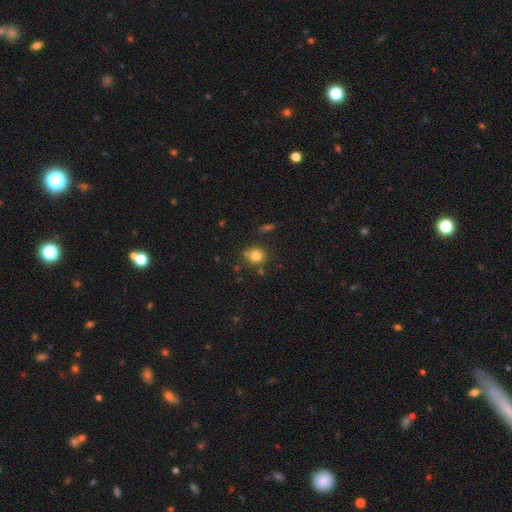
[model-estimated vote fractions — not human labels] This is likely a smooth galaxy (79%). How rounded: clearly round (81%). Merging: likely none (75%).